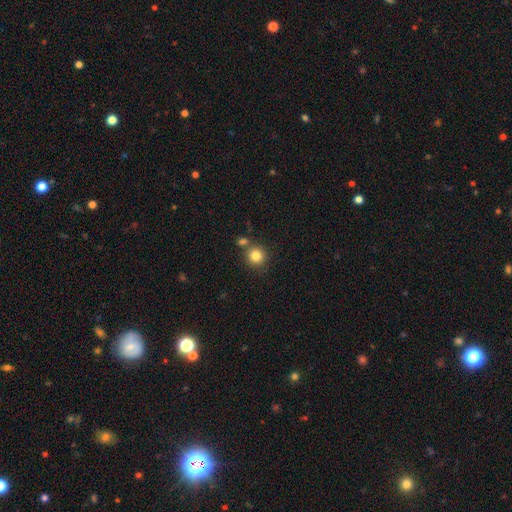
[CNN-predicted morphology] Smooth or featured?
  - smooth: 83% *
  - star or artifact: 11%
  - featured or disk: 6%
How rounded?
  - round: 90% *
  - in between: 9%
  - cigar-shaped: 1%
Merging?
  - none: 70% *
  - merger: 18%
  - minor disturbance: 9%
  - major disturbance: 3%